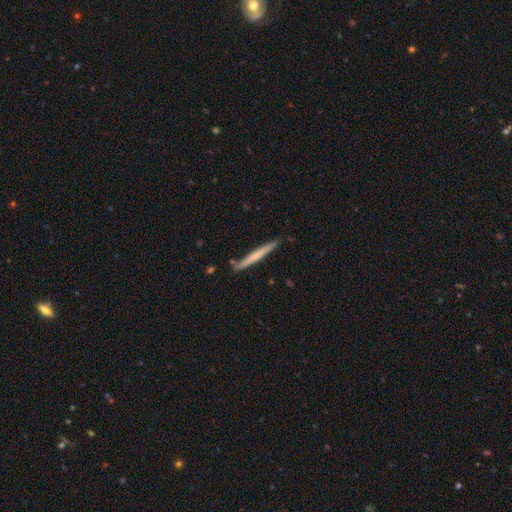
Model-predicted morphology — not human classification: smooth-or-featured: smooth: 51% | featured or disk: 44% | star or artifact: 5%
  how-rounded: cigar-shaped: 97% | in between: 2% | round: 1%
  merging: none: 85% | minor disturbance: 10% | merger: 3% | major disturbance: 2%